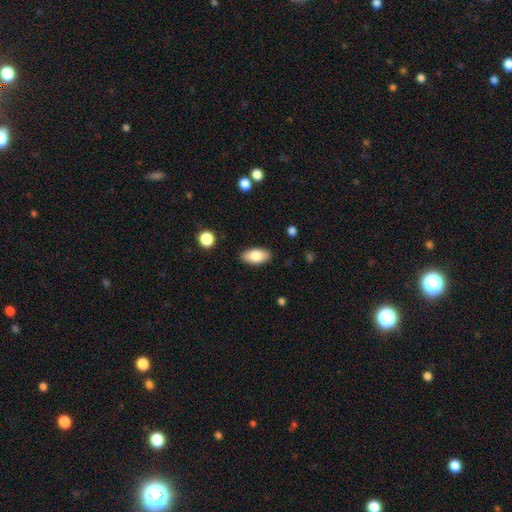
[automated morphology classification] type=smooth (80%); roundness=in between (91%); merging=none (88%).